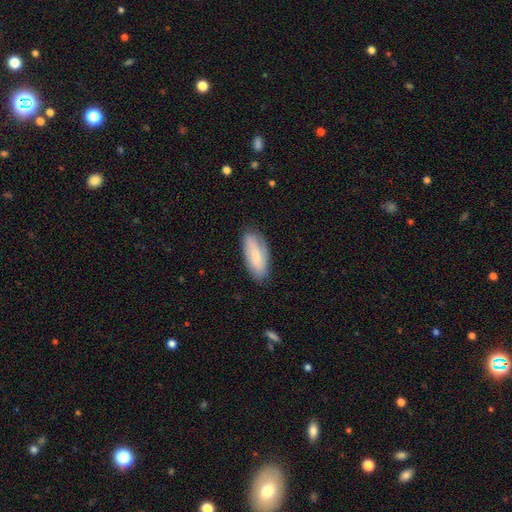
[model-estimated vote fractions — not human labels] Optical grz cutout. It shows a smooth galaxy with no disk features (63%) that is in between round and cigar-shaped (80%). Merging: none (79%).